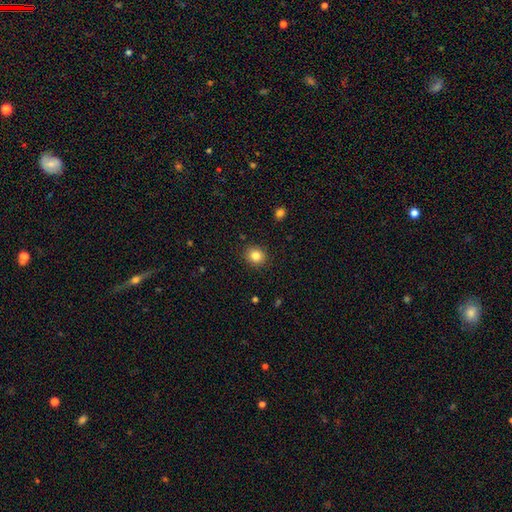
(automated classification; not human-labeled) A smooth galaxy with no disk features (83%) that is round (81%). Merging: none (90%).